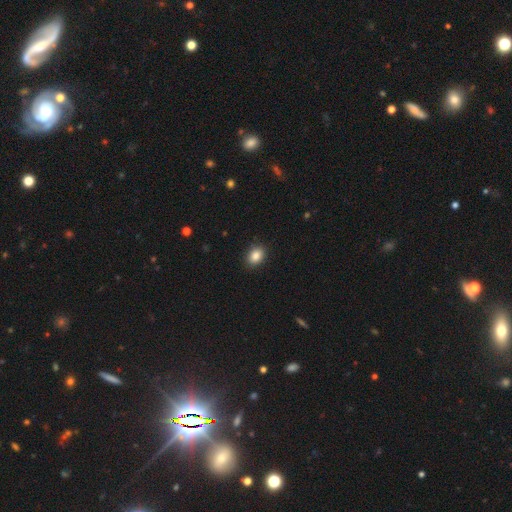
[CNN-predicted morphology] Smooth or featured? smooth (86%)
How rounded? in between (68%)
Merging? none (89%)